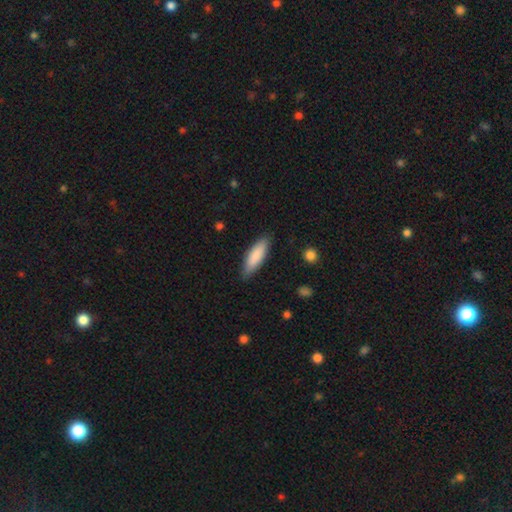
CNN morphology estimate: A smooth galaxy with no disk features (84%) that is cigar-shaped (52%).

Vote fractions:
- Smooth or featured? smooth: 84% / featured or disk: 11% / star or artifact: 5%
- How rounded? cigar-shaped: 52% / in between: 47% / round: 1%
- Merging? none: 84% / minor disturbance: 12% / major disturbance: 2% / merger: 1%